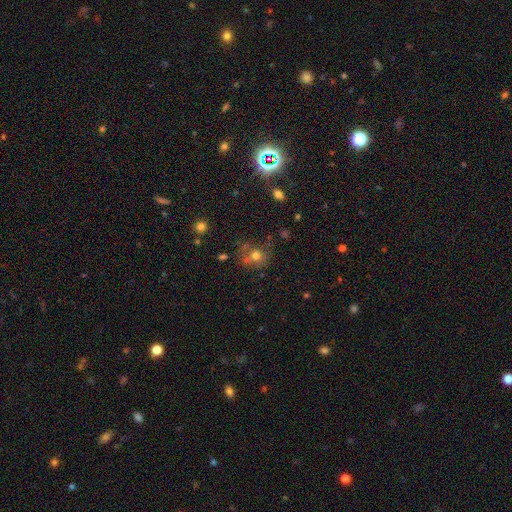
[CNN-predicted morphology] This is likely a smooth galaxy (68%). How rounded: likely round (77%). Merging: possibly none (56%).